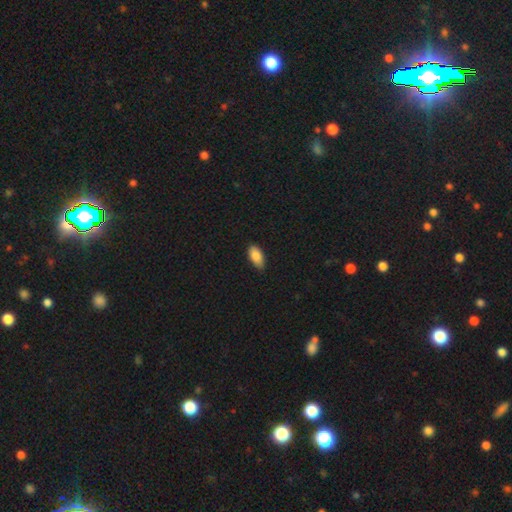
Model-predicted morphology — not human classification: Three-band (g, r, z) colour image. It shows a smooth galaxy with no disk features (86%) that is in between round and cigar-shaped (92%). Merging: none (81%).